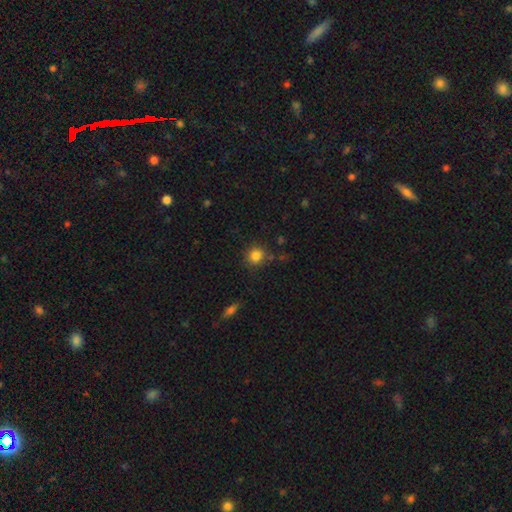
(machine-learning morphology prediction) type=smooth (84%); roundness=round (89%); merging=none (80%).